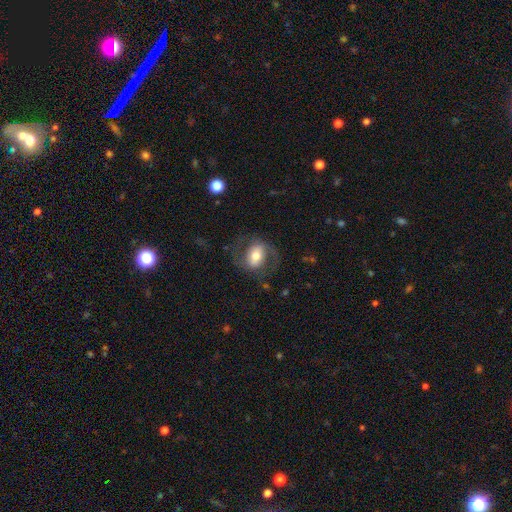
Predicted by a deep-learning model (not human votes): Smooth or featured? Predicted: featured or disk (p=0.53). Edge-on disk? Predicted: no (p=0.95). Bar? Predicted: weak (p=0.37). Spiral arms? Predicted: yes (p=0.73). Bulge size? Predicted: moderate (p=0.58). Merging? Predicted: none (p=0.66).